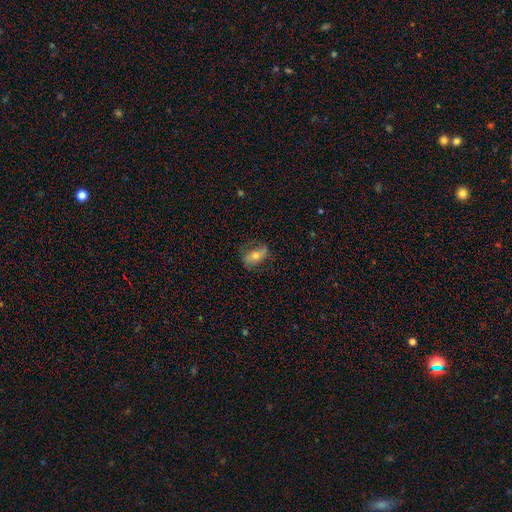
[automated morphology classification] Q: Smooth or featured?
A: smooth (50%); runner-up: featured or disk (42%)
Q: Merging?
A: none (70%); runner-up: minor disturbance (21%)